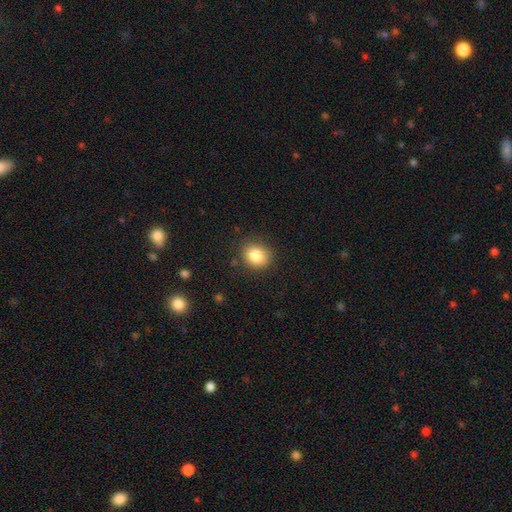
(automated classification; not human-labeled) Smooth or featured? Predicted: smooth (p=0.83). How rounded? Predicted: round (p=0.68). Merging? Predicted: none (p=0.84).